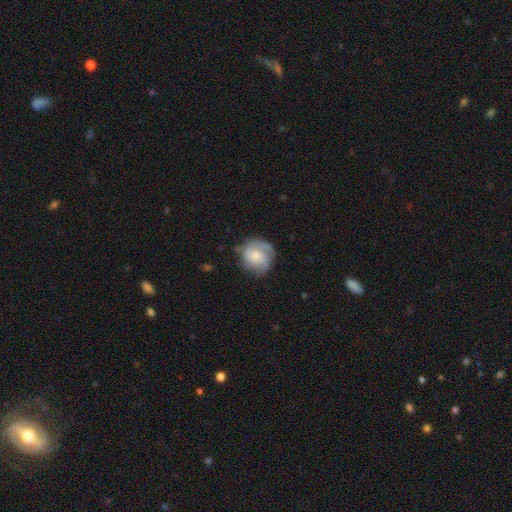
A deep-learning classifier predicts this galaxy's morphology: Overall: featured or disk (56%; smooth 37%). Edge-on disk: no (98%). Bar: no (72%). Spiral arms: yes (86%). Bulge size: small (45%; moderate 33%). Merging: none (65%).